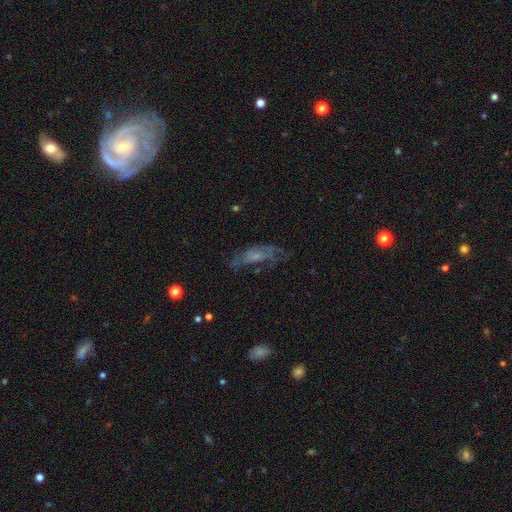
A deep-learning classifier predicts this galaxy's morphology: Smooth or featured? featured or disk (54%)
Edge-on disk? no (84%)
Merging? none (47%)